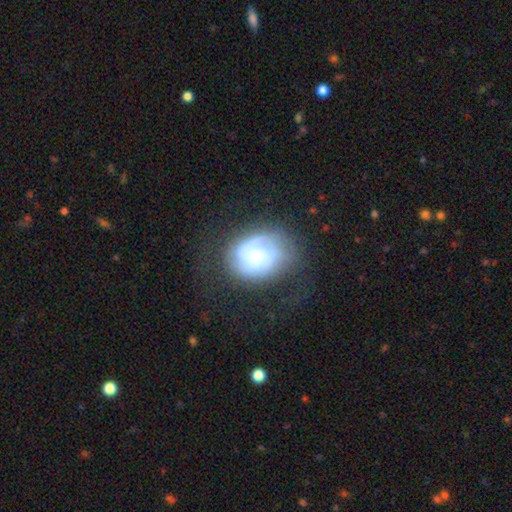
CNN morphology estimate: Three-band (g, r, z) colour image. It shows a featured or disk galaxy (58%) with no bar (73%), spiral arms (83%) and a small central bulge (37%). Merging: none (46%).